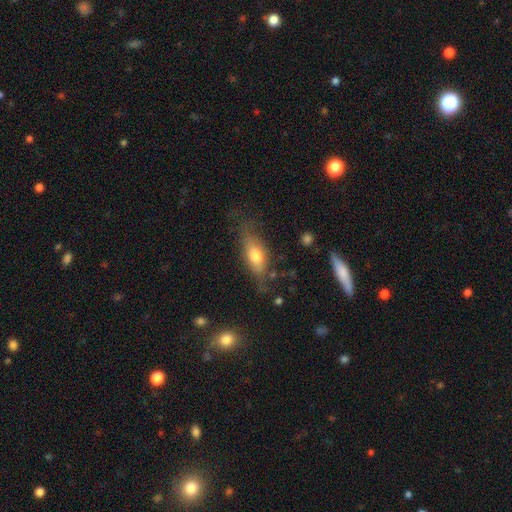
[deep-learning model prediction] The model was most divided on "smooth or featured": smooth: 64%, featured or disk: 28%, star or artifact: 8%. More confident: how rounded — in between (70%); merging — none (63%).